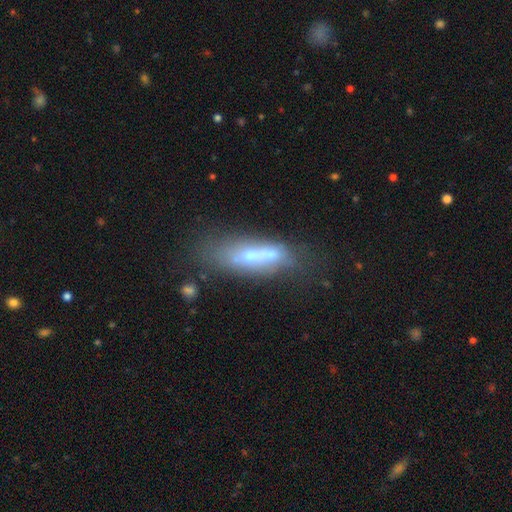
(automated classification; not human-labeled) Q: Smooth or featured?
A: featured or disk (48%); runner-up: smooth (41%)
Q: Merging?
A: none (38%); runner-up: merger (25%)